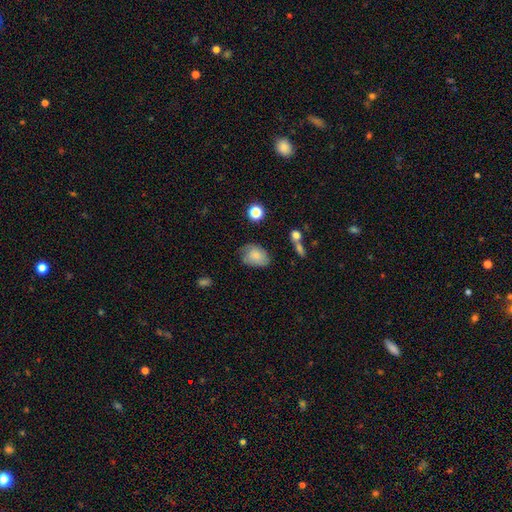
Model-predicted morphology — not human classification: smooth 76%, featured or disk 16%, star or artifact 8%. Down the decision tree: how rounded — in between (75%); merging — none (57%).